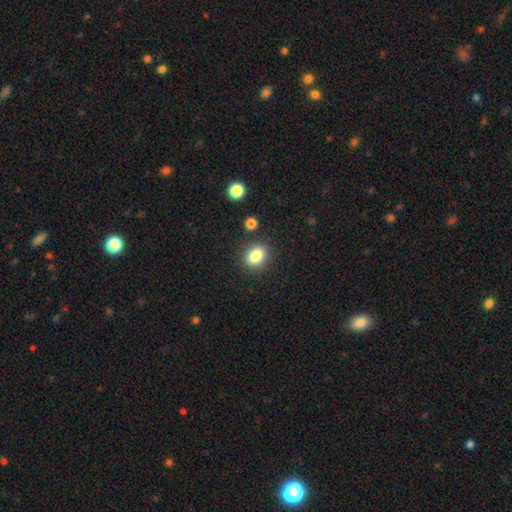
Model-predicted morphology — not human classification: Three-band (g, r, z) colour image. It shows a smooth galaxy with no disk features (83%) that is in between round and cigar-shaped (53%). Merging: none (86%).